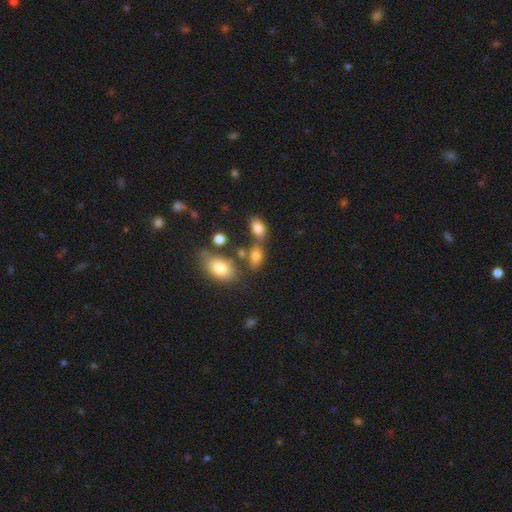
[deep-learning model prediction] A smooth galaxy with no disk features (75%) that is in between round and cigar-shaped (83%).

Vote fractions:
- Smooth or featured? smooth: 75% / featured or disk: 13% / star or artifact: 11%
- How rounded? in between: 83% / round: 11% / cigar-shaped: 6%
- Merging? none: 52% / merger: 26% / minor disturbance: 16% / major disturbance: 7%